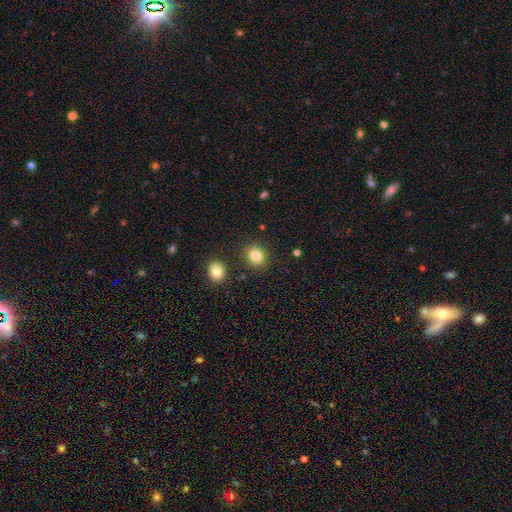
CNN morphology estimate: Smooth or featured?
  - smooth: 83% *
  - star or artifact: 10%
  - featured or disk: 6%
How rounded?
  - round: 76% *
  - in between: 23%
  - cigar-shaped: 1%
Merging?
  - none: 87% *
  - minor disturbance: 7%
  - merger: 3%
  - major disturbance: 3%